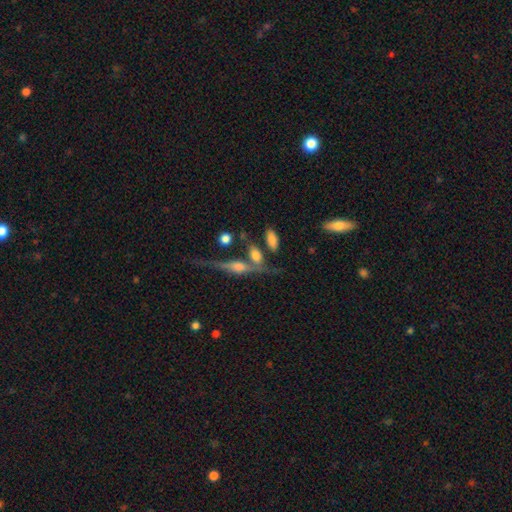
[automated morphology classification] Q: Smooth or featured?
A: smooth (51%); runner-up: featured or disk (39%)
Q: How rounded?
A: in between (65%); runner-up: cigar-shaped (26%)
Q: Merging?
A: none (48%); runner-up: merger (25%)